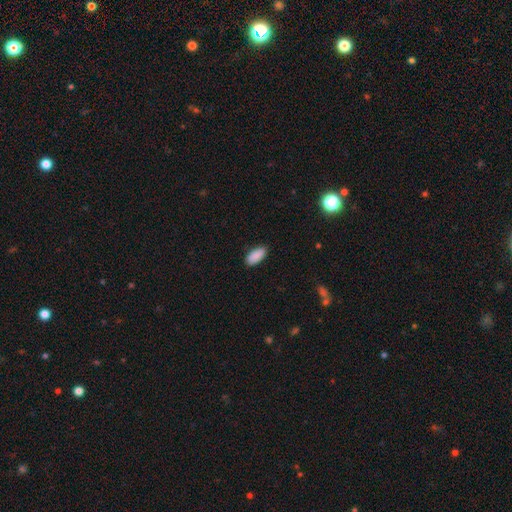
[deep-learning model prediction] The model was most divided on "merging": none: 87%, minor disturbance: 10%, major disturbance: 2%, merger: 1%. More confident: how rounded — in between (91%); smooth or featured — smooth (90%).